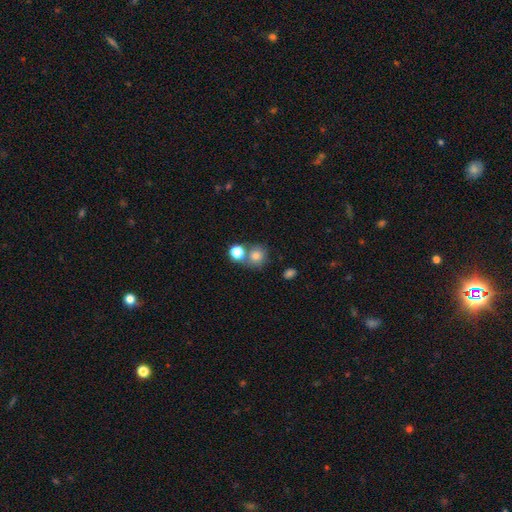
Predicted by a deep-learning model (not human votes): Morphology: type=smooth (78%); roundness=round (83%); merging=none (53%).